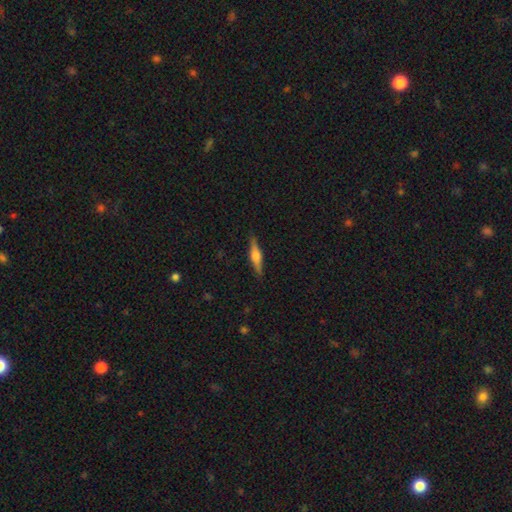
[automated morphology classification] smooth_or_featured: featured or disk (p=0.56) [alt: smooth p=0.38]
disk_edge_on: yes (p=0.96) [alt: no p=0.04]
edge_on_bulge: rounded (p=0.83) [alt: boxy p=0.13]
merging: none (p=0.88) [alt: minor disturbance p=0.09]